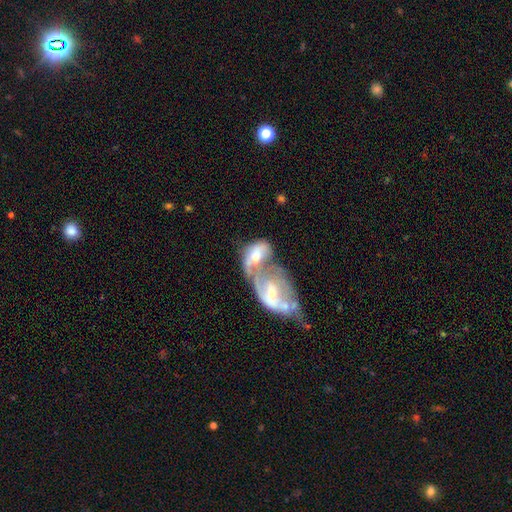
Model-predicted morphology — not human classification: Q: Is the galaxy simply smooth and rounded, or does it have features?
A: featured or disk — 59%.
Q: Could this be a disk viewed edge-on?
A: no — 95%.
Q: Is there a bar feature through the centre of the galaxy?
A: no — 61%.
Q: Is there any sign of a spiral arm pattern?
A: no — 50%, tied with yes.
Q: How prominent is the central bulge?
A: moderate — 50%.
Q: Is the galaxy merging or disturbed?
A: merger — 76%.